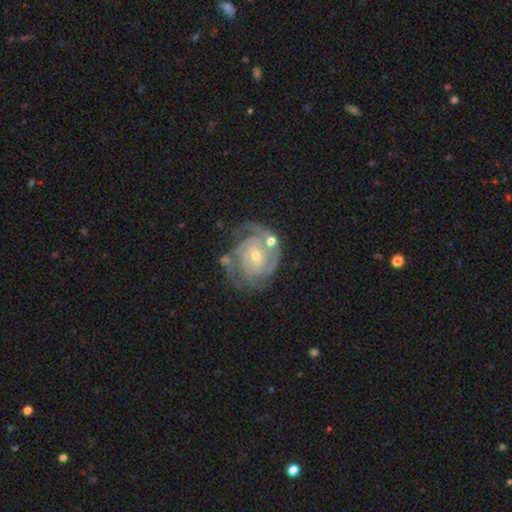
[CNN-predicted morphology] featured or disk 90%, star or artifact 5%, smooth 5%. Down the decision tree: edge-on disk — no (98%); bar — no (53%); spiral arms — yes (98%); spiral arm count — 2 (33%); spiral winding — tight (73%); bulge size — small (61%); merging — none (64%).